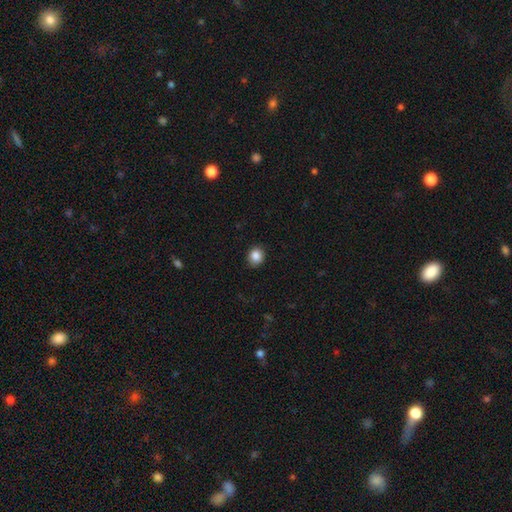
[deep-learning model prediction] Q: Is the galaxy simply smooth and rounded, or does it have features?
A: smooth — 86%.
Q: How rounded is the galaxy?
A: round — 80%.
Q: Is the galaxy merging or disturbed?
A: none — 89%.